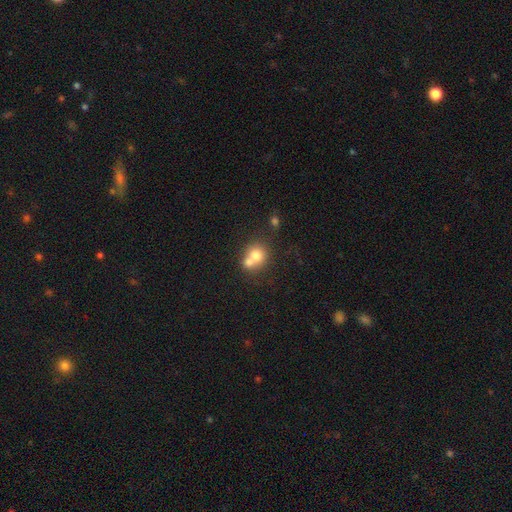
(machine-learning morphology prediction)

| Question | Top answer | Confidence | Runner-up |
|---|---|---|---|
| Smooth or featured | smooth | 71% | featured or disk (19%) |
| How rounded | round | 76% | in between (23%) |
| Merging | merger | 57% | none (32%) |